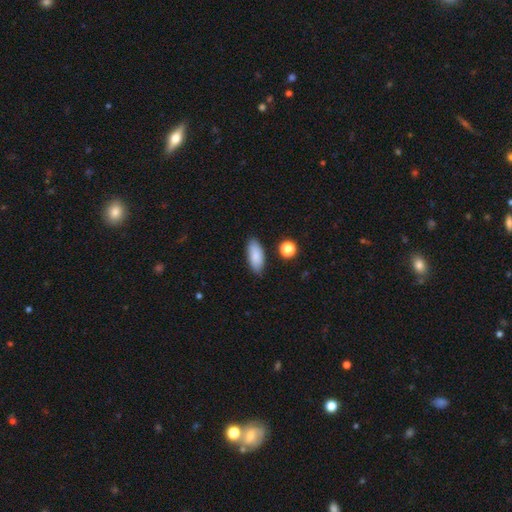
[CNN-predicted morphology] Smooth or featured? Predicted: smooth (p=0.84). How rounded? Predicted: in between (p=0.84). Merging? Predicted: none (p=0.82).